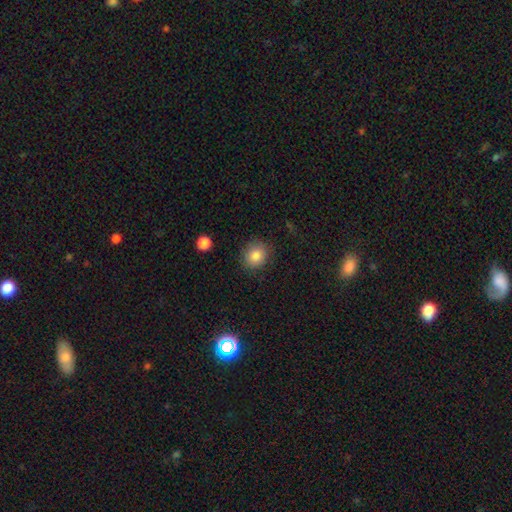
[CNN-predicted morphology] smooth-or-featured: smooth: 84% | star or artifact: 10% | featured or disk: 7%
  how-rounded: round: 77% | in between: 22% | cigar-shaped: 1%
  merging: none: 85% | minor disturbance: 10% | major disturbance: 3% | merger: 1%